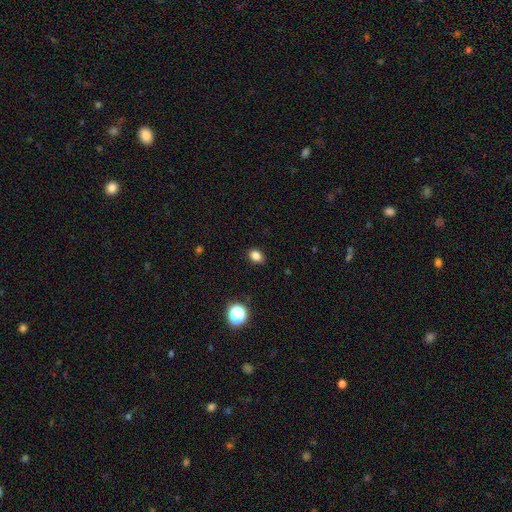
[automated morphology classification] Smooth or featured? smooth (83%)
How rounded? in between (64%)
Merging? none (87%)